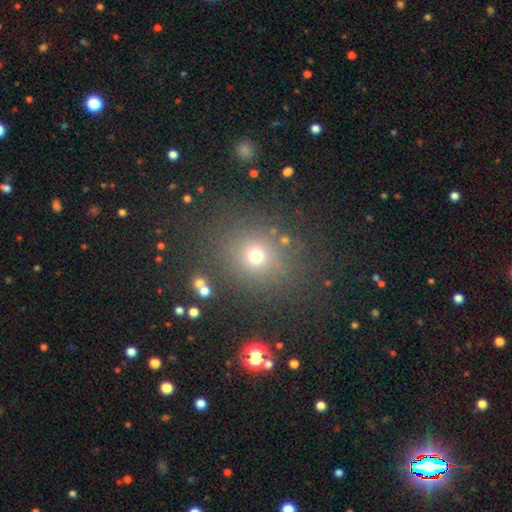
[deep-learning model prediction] A smooth galaxy with no disk features (67%) that is round (80%). Merging: none (81%).